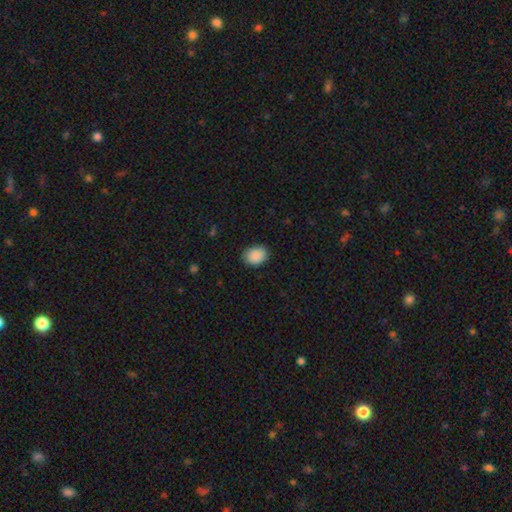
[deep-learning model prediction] Morphology: type=smooth (90%); roundness=in between (64%); merging=none (85%).